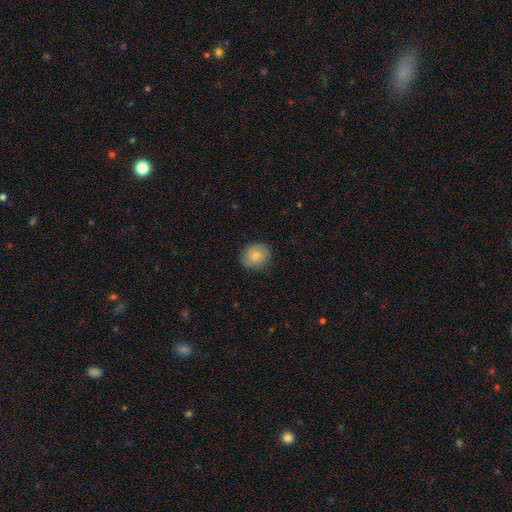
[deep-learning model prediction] Smooth or featured? smooth (74%)
How rounded? round (69%)
Merging? none (82%)